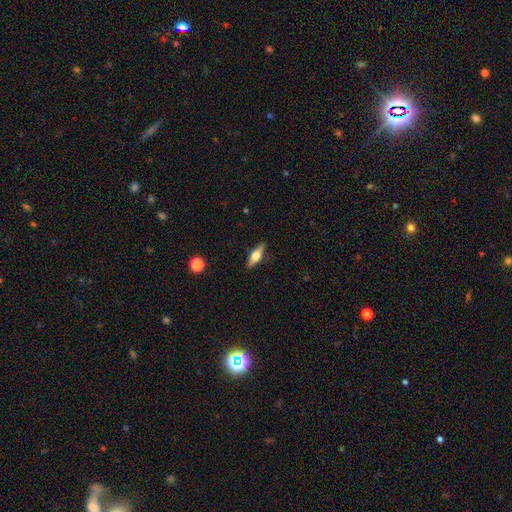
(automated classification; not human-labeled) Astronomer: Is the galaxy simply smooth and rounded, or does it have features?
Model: featured or disk — 54% (runner-up: smooth, 39%).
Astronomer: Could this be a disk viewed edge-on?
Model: yes — 94%.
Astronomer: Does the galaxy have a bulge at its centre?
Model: rounded — 93%.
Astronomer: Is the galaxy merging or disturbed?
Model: none — 89%.